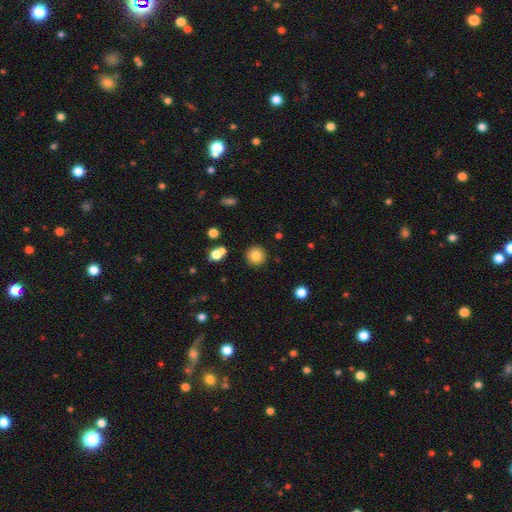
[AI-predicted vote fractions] smooth 83%, star or artifact 10%, featured or disk 7%. Down the decision tree: how rounded — round (94%); merging — none (89%).